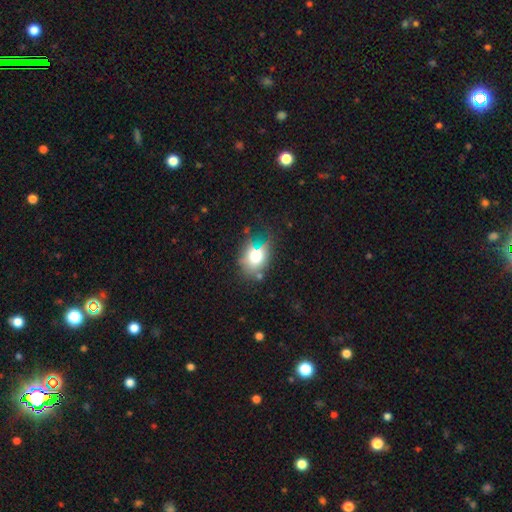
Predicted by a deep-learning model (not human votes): The model was most divided on "how rounded": in between: 53%, round: 44%, cigar-shaped: 2%. More confident: smooth or featured — smooth (65%); merging — none (61%).